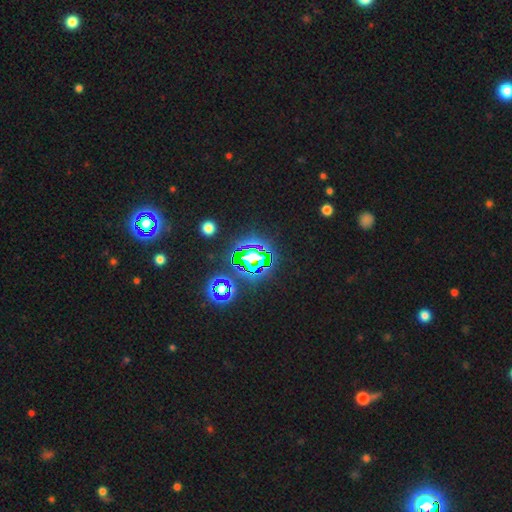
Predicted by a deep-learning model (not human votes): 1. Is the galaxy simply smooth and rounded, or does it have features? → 72% star or artifact, 14% smooth, 14% featured or disk.